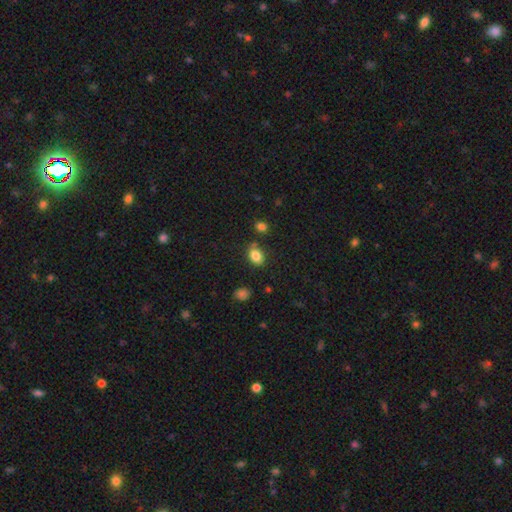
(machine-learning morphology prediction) A smooth galaxy with no disk features (83%) that is in between round and cigar-shaped (80%). Merging: none (71%).